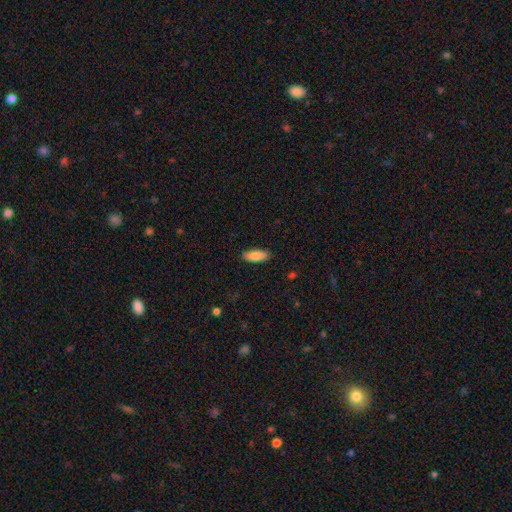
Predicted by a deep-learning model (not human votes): Smooth or featured? smooth (85%)
How rounded? in between (69%)
Merging? none (90%)